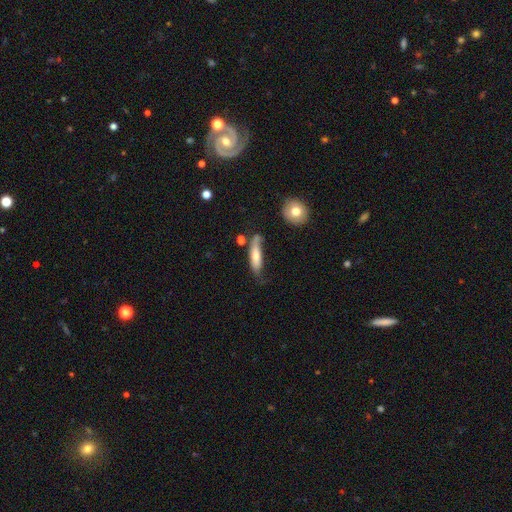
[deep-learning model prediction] Smooth or featured?
  - smooth: 62% *
  - featured or disk: 31%
  - star or artifact: 7%
How rounded?
  - cigar-shaped: 66% *
  - in between: 31%
  - round: 3%
Merging?
  - none: 46% *
  - minor disturbance: 31%
  - major disturbance: 15%
  - merger: 7%